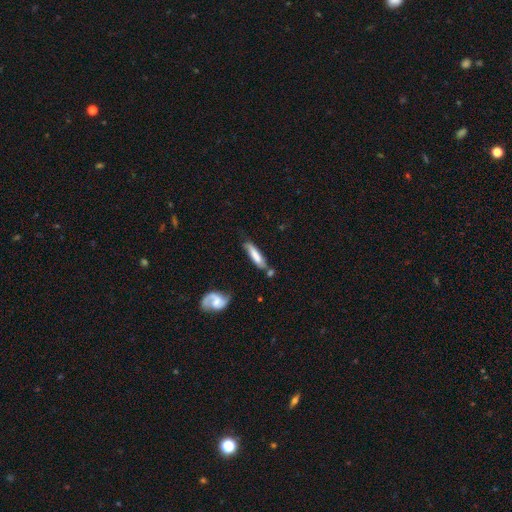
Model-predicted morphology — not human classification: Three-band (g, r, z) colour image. It shows a smooth galaxy with no disk features (66%) that is cigar-shaped (75%). Merging: none (54%).